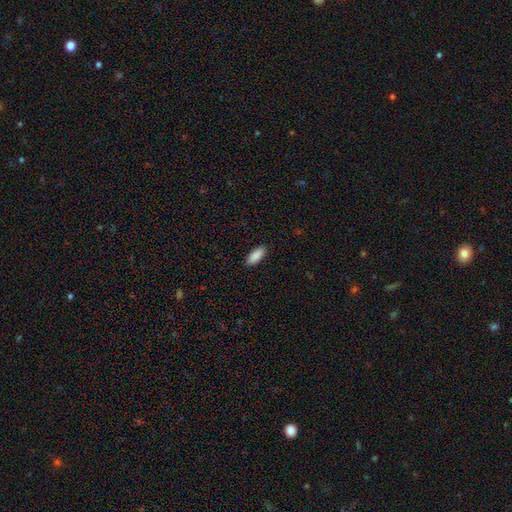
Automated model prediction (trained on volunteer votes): smooth_or_featured: smooth (p=0.90) [alt: star or artifact p=0.06]
how_rounded: in between (p=0.78) [alt: cigar-shaped p=0.20]
merging: none (p=0.90) [alt: minor disturbance p=0.08]